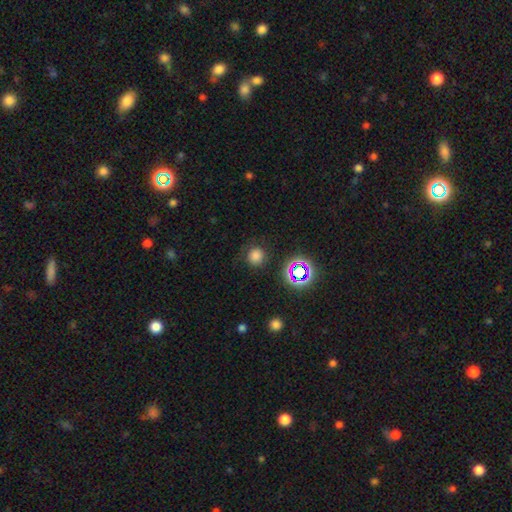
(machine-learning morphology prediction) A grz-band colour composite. It shows a smooth galaxy with no disk features (72%) that is round (92%). Merging: none (82%).